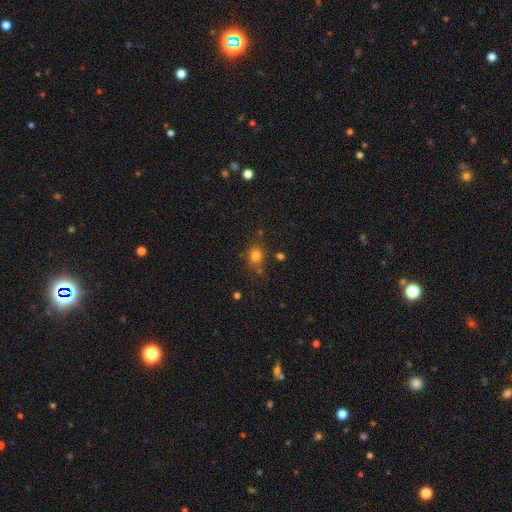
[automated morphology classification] Overall: smooth (78%). How rounded: round (64%; in between 35%). Merging: none (72%).